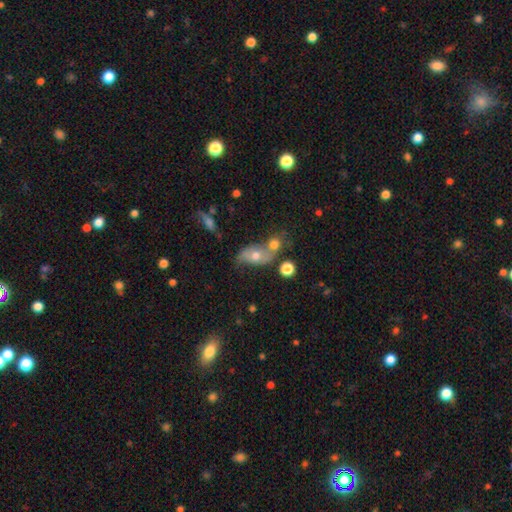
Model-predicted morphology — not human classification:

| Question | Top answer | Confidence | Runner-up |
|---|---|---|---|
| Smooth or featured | smooth | 55% | featured or disk (34%) |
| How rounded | in between | 78% | round (17%) |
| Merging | merger | 44% | none (32%) |